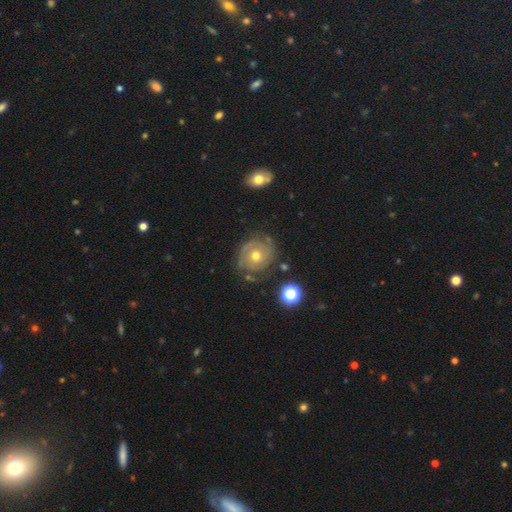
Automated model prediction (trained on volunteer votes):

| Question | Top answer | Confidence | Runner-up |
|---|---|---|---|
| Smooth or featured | featured or disk | 75% | smooth (17%) |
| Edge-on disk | no | 97% | yes (3%) |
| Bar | no | 82% | weak (15%) |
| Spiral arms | yes | 86% | no (14%) |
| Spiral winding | tight | 67% | medium (25%) |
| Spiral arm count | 2 | 45% | can't tell (28%) |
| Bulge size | moderate | 72% | small (23%) |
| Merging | none | 73% | minor disturbance (18%) |